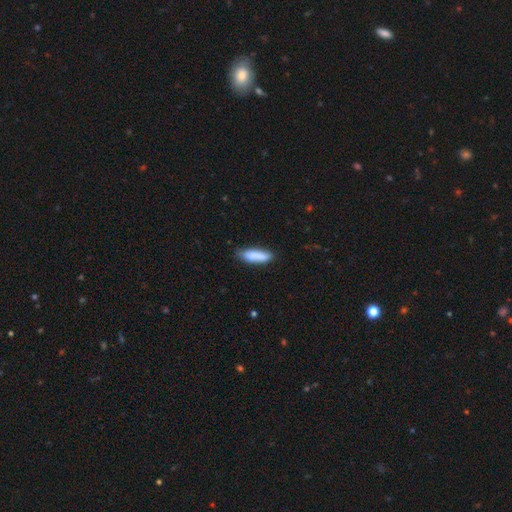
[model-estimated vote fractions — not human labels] A smooth galaxy with no disk features (85%) that is cigar-shaped (57%).

Vote fractions:
- Smooth or featured? smooth: 85% / featured or disk: 9% / star or artifact: 6%
- How rounded? cigar-shaped: 57% / in between: 42% / round: 2%
- Merging? none: 73% / minor disturbance: 21% / major disturbance: 3% / merger: 2%